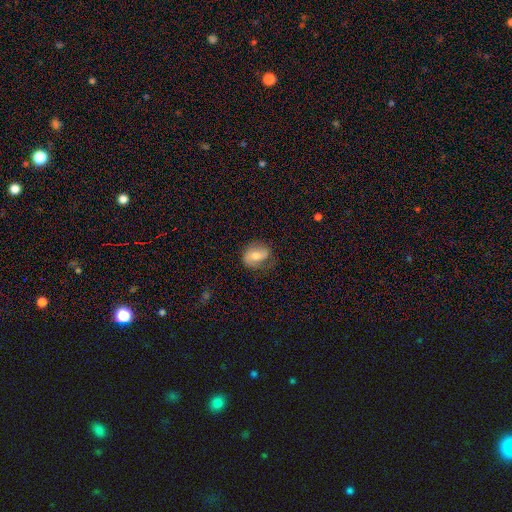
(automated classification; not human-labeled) smooth 47%, featured or disk 45%, star or artifact 8%. Down the decision tree: merging — none (64%).